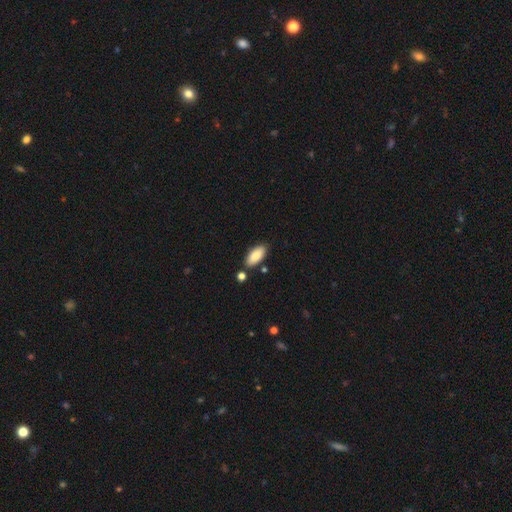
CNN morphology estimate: A smooth galaxy with no disk features (83%) that is in between round and cigar-shaped (89%). Merging: none (82%).